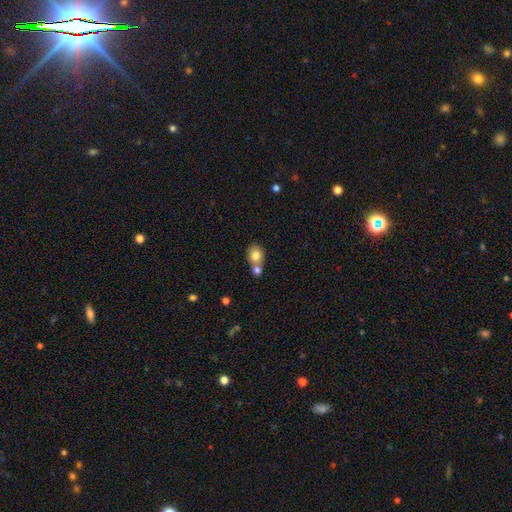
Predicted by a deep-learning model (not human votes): This appears to be a smooth galaxy with no disk features (79%) that is round (62%). Merging: merger (53%).